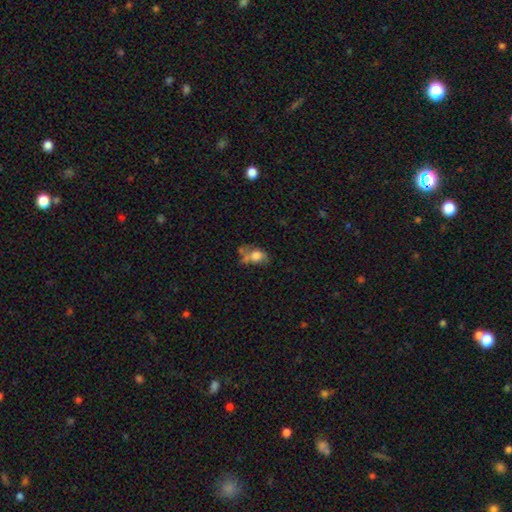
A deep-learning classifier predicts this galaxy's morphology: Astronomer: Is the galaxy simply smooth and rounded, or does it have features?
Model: smooth — 62%.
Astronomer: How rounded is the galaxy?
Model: in between — 71%.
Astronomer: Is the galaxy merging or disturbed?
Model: none — 28%, tied with merger at 28%.